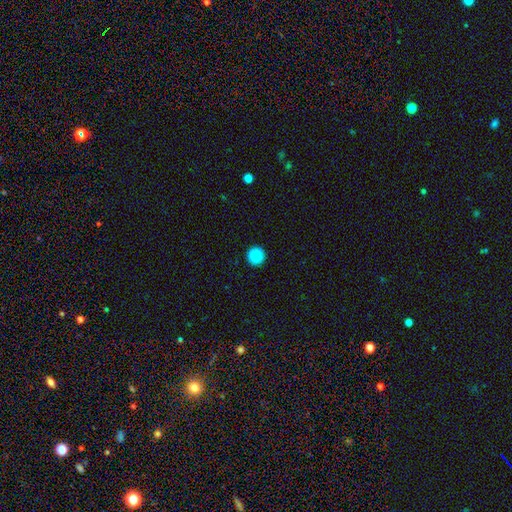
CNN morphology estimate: smooth-or-featured: smooth: 89% | star or artifact: 9% | featured or disk: 2%
  how-rounded: round: 95% | in between: 4% | cigar-shaped: 1%
  merging: none: 93% | minor disturbance: 4% | major disturbance: 2% | merger: 1%